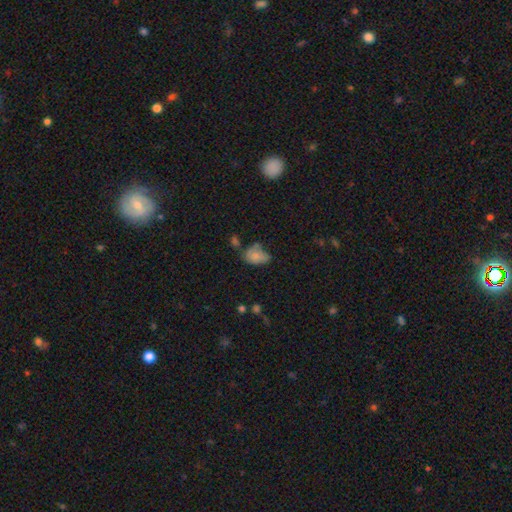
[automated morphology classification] Smooth or featured? Predicted: smooth (p=0.76). How rounded? Predicted: in between (p=0.84). Merging? Predicted: minor disturbance (p=0.35).